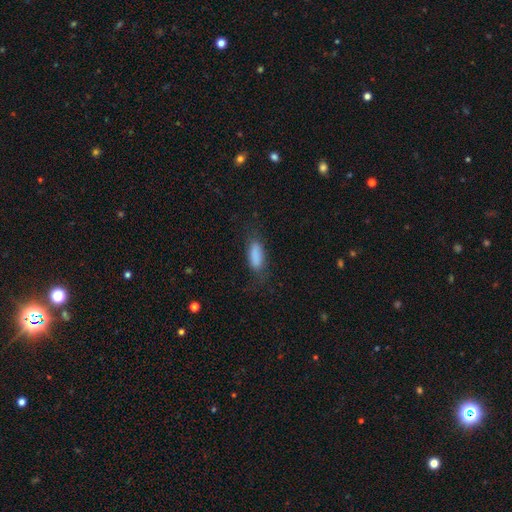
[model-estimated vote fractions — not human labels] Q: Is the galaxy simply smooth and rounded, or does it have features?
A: smooth — 84%.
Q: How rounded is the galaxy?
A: in between — 73%.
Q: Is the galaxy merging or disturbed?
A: none — 69%.